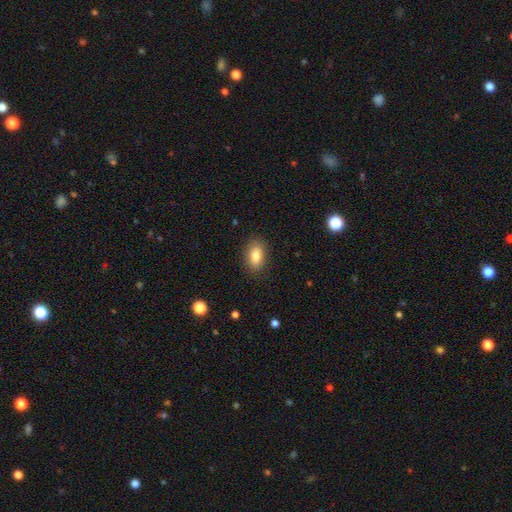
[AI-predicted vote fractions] Smooth or featured: smooth — 84% (featured or disk — 8%)
How rounded: in between — 89% (round — 6%)
Merging: none — 87% (minor disturbance — 9%)